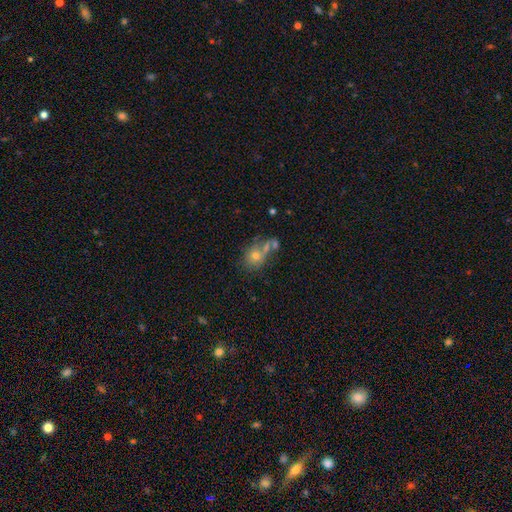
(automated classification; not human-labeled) A smooth galaxy with no disk features (62%) that is round (51%).

Vote fractions:
- Smooth or featured? smooth: 62% / featured or disk: 23% / star or artifact: 15%
- How rounded? round: 51% / in between: 47% / cigar-shaped: 2%
- Merging? none: 41% / merger: 32% / minor disturbance: 15% / major disturbance: 11%